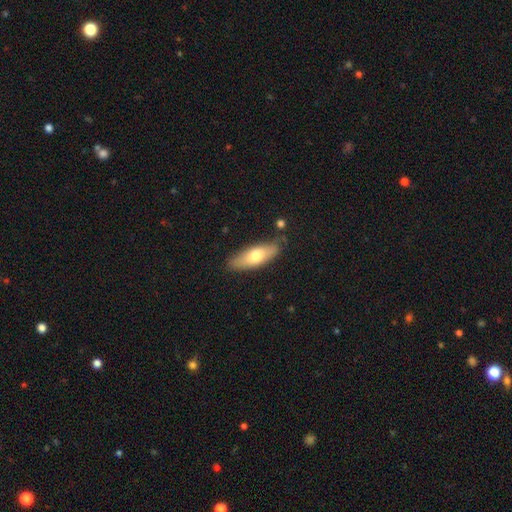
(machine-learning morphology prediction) type=smooth (65%); roundness=in between (55%); merging=none (80%).